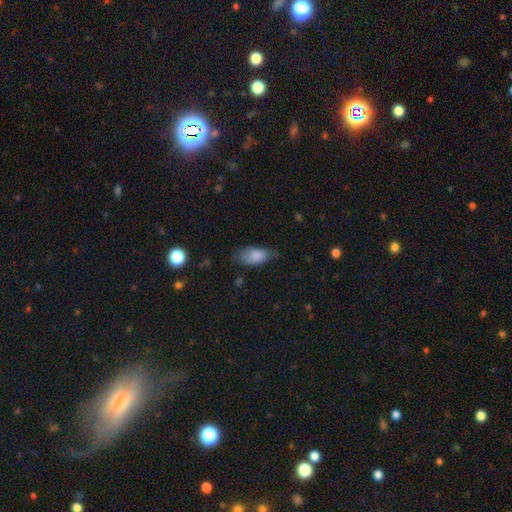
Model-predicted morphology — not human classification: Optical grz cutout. It shows a smooth galaxy with no disk features (83%) that is in between round and cigar-shaped (91%). Merging: none (58%).